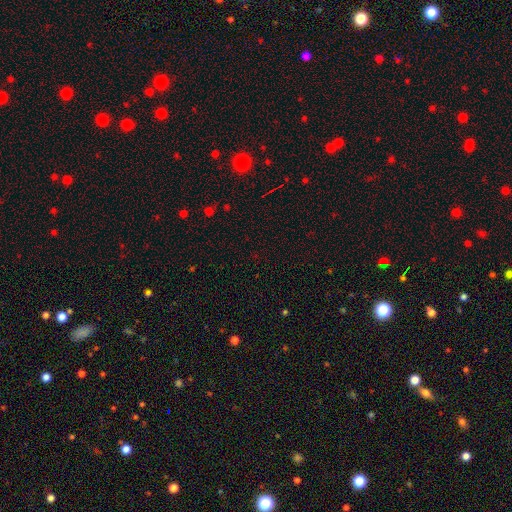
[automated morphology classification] Q: Smooth or featured?
A: star or artifact (70%); runner-up: smooth (22%)